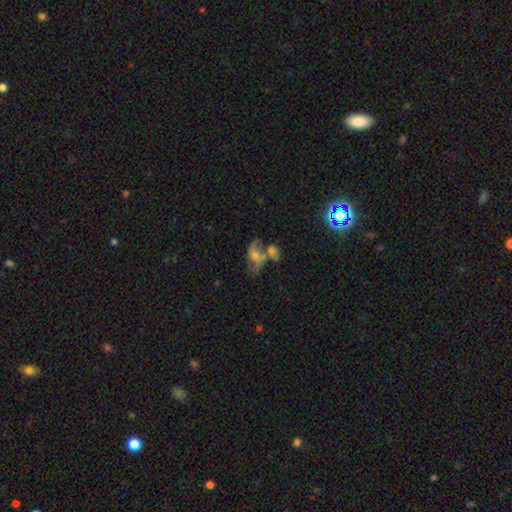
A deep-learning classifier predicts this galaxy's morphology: A featured or disk galaxy (63%) with no bar (54%), spiral arms (81%) and a moderate central bulge (48%). Merging: merger (40%).